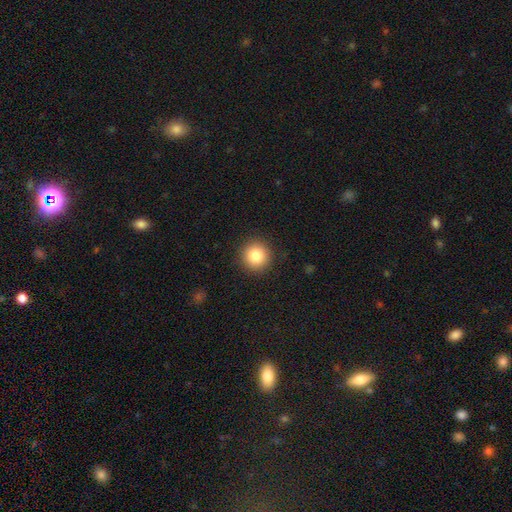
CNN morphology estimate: A smooth galaxy with no disk features (85%) that is round (94%).

Vote fractions:
- Smooth or featured? smooth: 85% / star or artifact: 9% / featured or disk: 6%
- How rounded? round: 94% / in between: 5% / cigar-shaped: 1%
- Merging? none: 91% / minor disturbance: 6% / major disturbance: 2% / merger: 1%